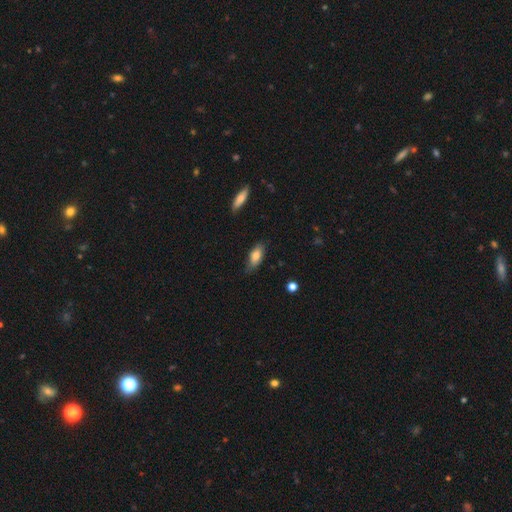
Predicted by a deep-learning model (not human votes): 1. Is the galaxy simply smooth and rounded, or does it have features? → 79% smooth, 14% featured or disk, 7% star or artifact.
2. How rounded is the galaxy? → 83% in between, 15% cigar-shaped, 3% round.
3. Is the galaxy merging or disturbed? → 72% none, 23% minor disturbance, 4% major disturbance, 1% merger.